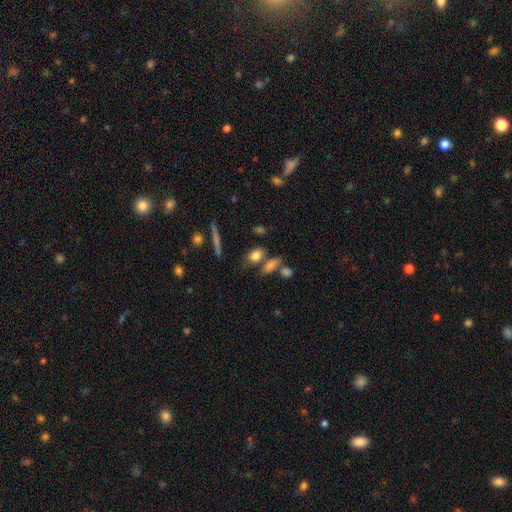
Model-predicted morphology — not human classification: smooth-or-featured: smooth: 79% | featured or disk: 11% | star or artifact: 10%
  how-rounded: in between: 76% | round: 16% | cigar-shaped: 9%
  merging: none: 64% | merger: 17% | minor disturbance: 14% | major disturbance: 5%